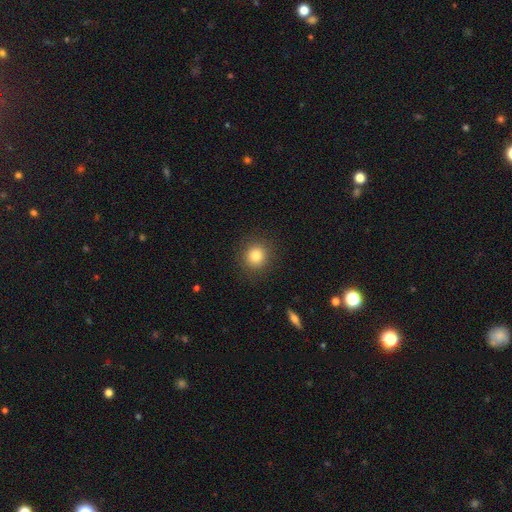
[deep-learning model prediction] Q: Smooth or featured?
A: smooth (83%); runner-up: star or artifact (11%)
Q: How rounded?
A: round (88%); runner-up: in between (11%)
Q: Merging?
A: none (89%); runner-up: minor disturbance (7%)